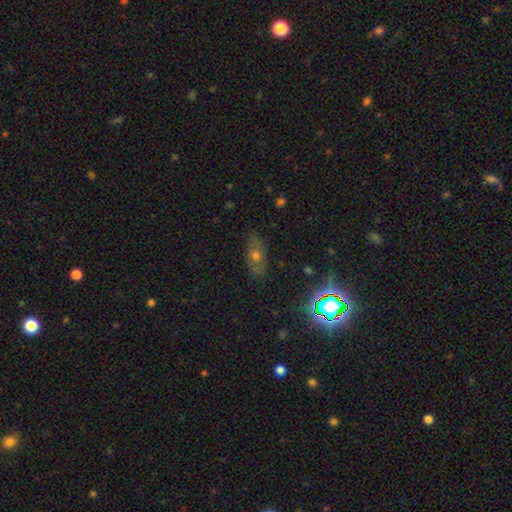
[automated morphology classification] The model was most divided on "smooth or featured": smooth: 42%, featured or disk: 30%, star or artifact: 27%. More confident: merging — none (79%).